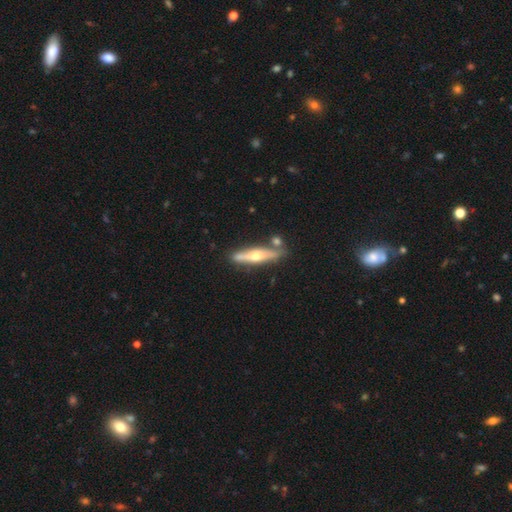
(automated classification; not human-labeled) A featured or disk galaxy (65%) viewed edge-on (93%) with a rounded central bulge (92%).

Vote fractions:
- Smooth or featured? featured or disk: 65% / smooth: 30% / star or artifact: 6%
- Edge-on disk? yes: 93% / no: 7%
- Edge-on bulge? rounded: 92% / none: 4% / boxy: 3%
- Merging? none: 78% / minor disturbance: 11% / merger: 8% / major disturbance: 3%